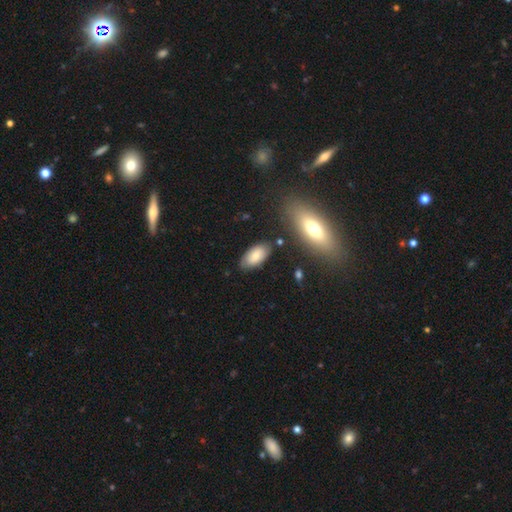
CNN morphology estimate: smooth_or_featured: smooth (p=0.74) [alt: featured or disk p=0.19]
how_rounded: in between (p=0.92) [alt: cigar-shaped p=0.05]
merging: none (p=0.79) [alt: minor disturbance p=0.15]